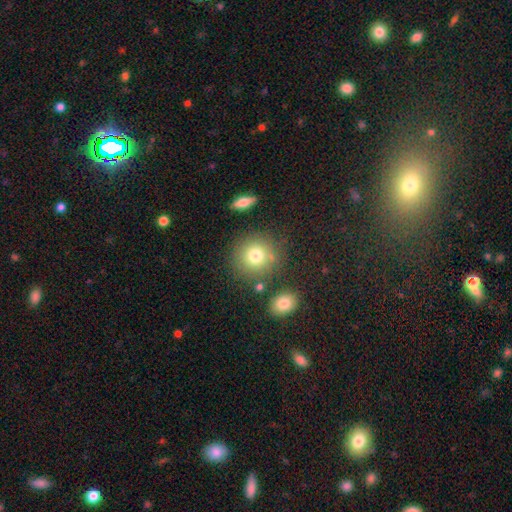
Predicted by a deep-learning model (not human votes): Smooth or featured? Predicted: smooth (p=0.77). How rounded? Predicted: round (p=0.89). Merging? Predicted: none (p=0.76).